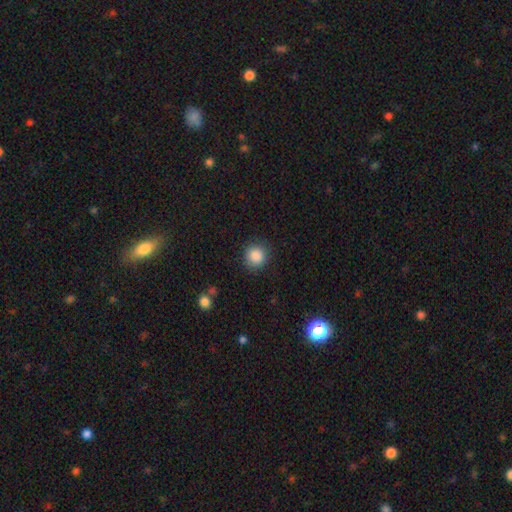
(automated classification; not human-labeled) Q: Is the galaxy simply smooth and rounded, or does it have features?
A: smooth — 87%.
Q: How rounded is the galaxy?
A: round — 89%.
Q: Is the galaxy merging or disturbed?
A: none — 86%.